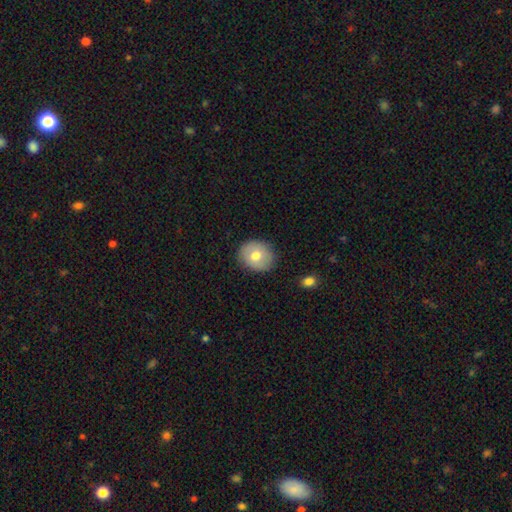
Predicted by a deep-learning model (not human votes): Smooth or featured? smooth (73%)
How rounded? round (69%)
Merging? none (84%)